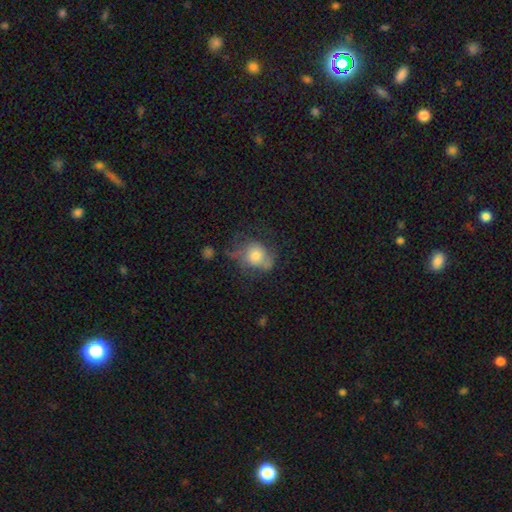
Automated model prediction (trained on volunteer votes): The model was most divided on "merging": none: 42%, minor disturbance: 28%, major disturbance: 27%, merger: 3%. More confident: smooth or featured — smooth (60%); how rounded — round (58%).